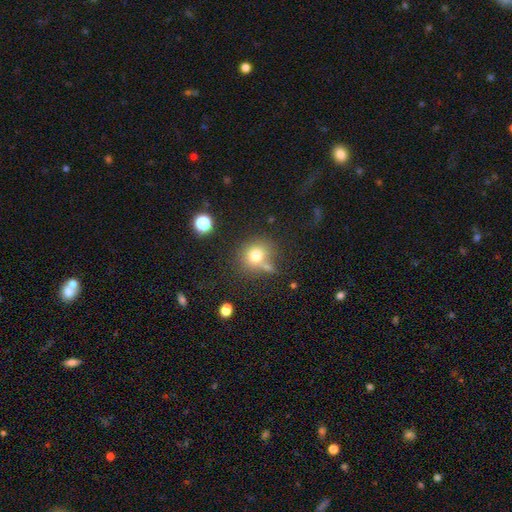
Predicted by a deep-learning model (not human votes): Smooth or featured? smooth (75%)
How rounded? round (80%)
Merging? none (61%)